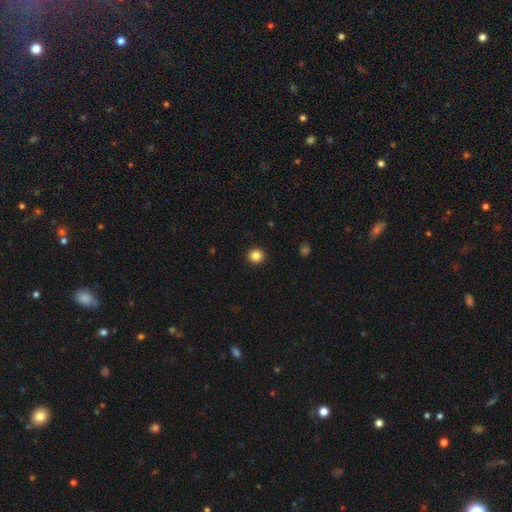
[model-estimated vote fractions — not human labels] A smooth galaxy with no disk features (84%) that is round (93%). Merging: none (93%).